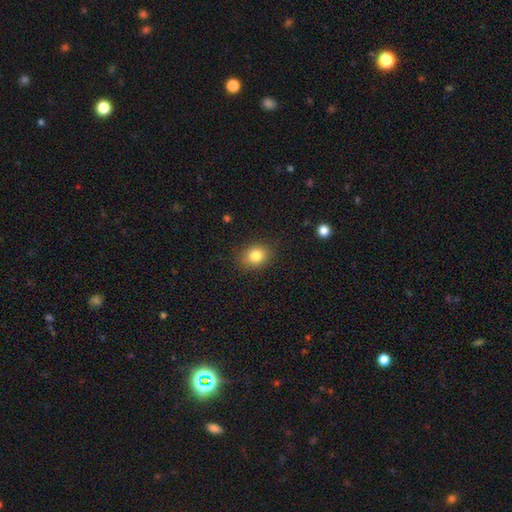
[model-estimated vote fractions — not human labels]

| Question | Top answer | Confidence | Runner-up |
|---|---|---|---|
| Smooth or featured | smooth | 83% | star or artifact (10%) |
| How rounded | in between | 50% | round (49%) |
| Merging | none | 86% | minor disturbance (10%) |